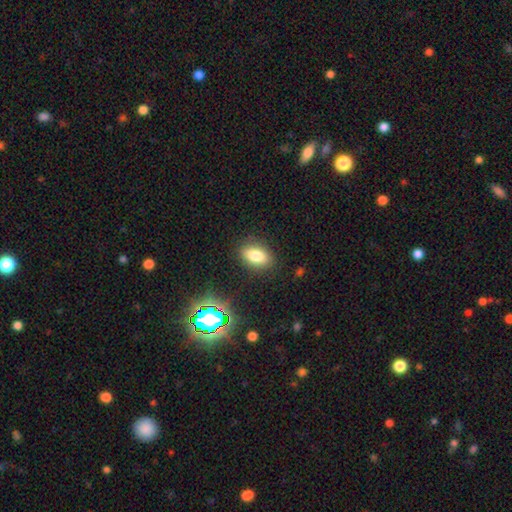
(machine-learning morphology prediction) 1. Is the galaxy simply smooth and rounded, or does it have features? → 79% smooth, 11% star or artifact, 10% featured or disk.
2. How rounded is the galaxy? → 88% in between, 9% round, 4% cigar-shaped.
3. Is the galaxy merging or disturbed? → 86% none, 10% minor disturbance, 3% major disturbance, 2% merger.